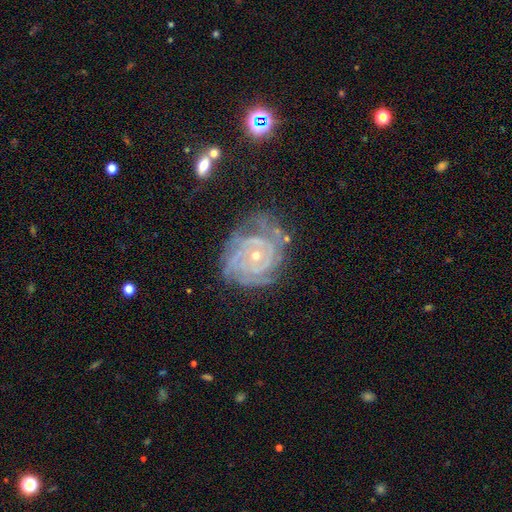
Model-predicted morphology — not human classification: type=featured or disk (87%); edge-on=no (97%); bar=no (75%); spiral arms=yes (97%); winding=tight (79%); arm count=3 (25%); bulge=small (70%); merging=none (64%).